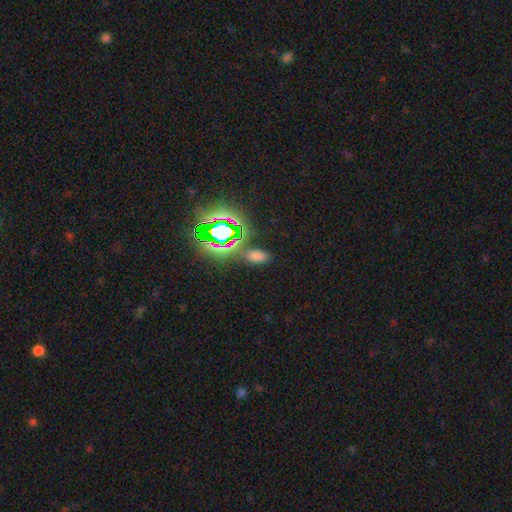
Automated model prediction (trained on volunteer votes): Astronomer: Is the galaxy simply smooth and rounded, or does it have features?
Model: smooth — 56% (runner-up: star or artifact, 36%).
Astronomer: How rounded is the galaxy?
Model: in between — 88%.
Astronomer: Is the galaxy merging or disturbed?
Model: none — 72%.